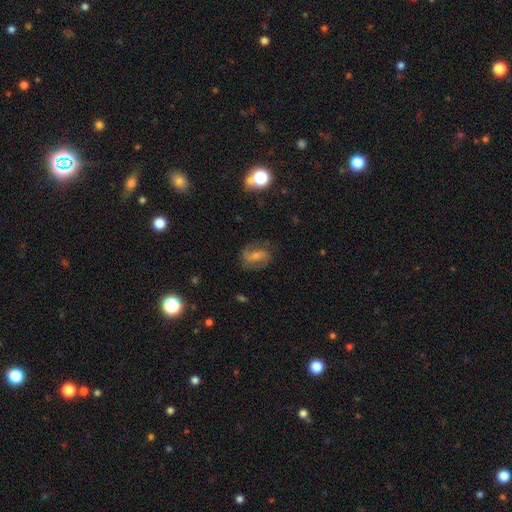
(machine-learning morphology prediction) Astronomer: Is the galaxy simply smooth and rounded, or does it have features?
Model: featured or disk — 72%.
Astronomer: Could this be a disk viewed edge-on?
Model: no — 96%.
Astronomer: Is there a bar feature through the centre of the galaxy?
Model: weak — 47% (runner-up: strong, 30%).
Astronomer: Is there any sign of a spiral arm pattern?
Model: yes — 93%.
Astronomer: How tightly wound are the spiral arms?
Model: medium — 49% (runner-up: loose, 27%).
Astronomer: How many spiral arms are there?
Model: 2 — 86%.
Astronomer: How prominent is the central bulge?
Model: small — 52% (runner-up: moderate, 35%).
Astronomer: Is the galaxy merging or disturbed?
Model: none — 79%.